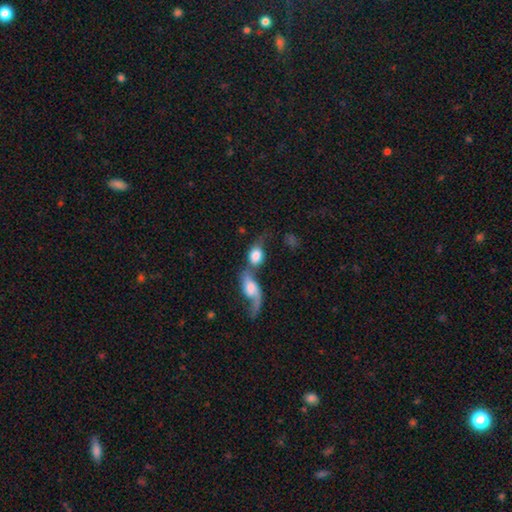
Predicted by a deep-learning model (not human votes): Smooth or featured: smooth — 64% (featured or disk — 28%)
How rounded: in between — 69% (round — 26%)
Merging: merger — 71% (none — 13%)